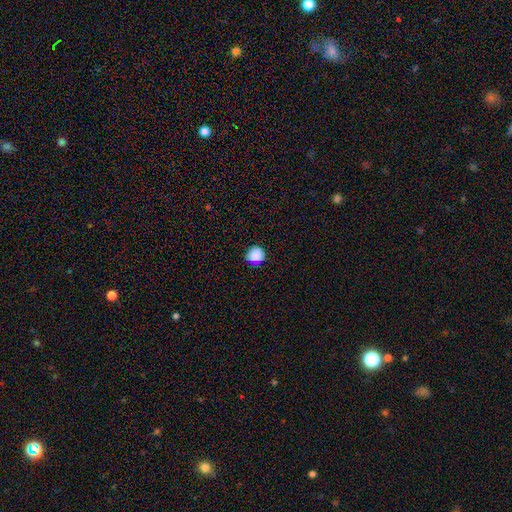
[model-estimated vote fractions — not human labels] smooth 85%, star or artifact 11%, featured or disk 4%. Down the decision tree: how rounded — round (91%); merging — none (85%).